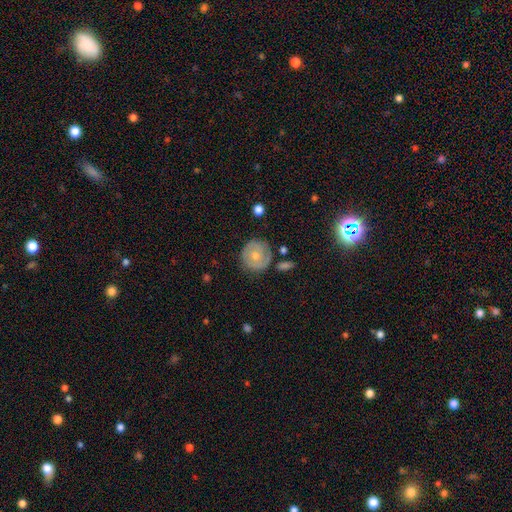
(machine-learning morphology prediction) This appears to be a smooth galaxy with no disk features (49%). Merging: none (74%).